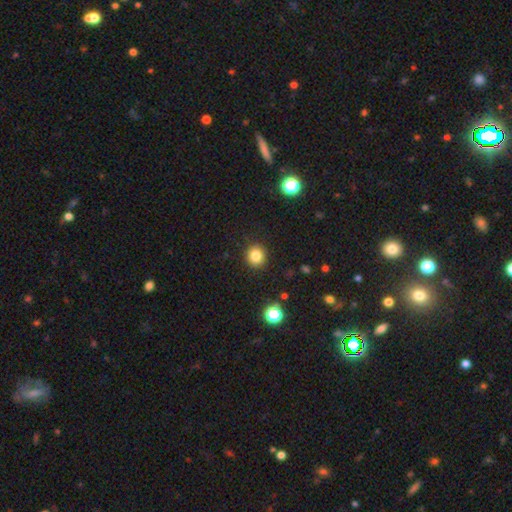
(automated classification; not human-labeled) Smooth or featured? smooth (82%)
How rounded? round (88%)
Merging? none (91%)